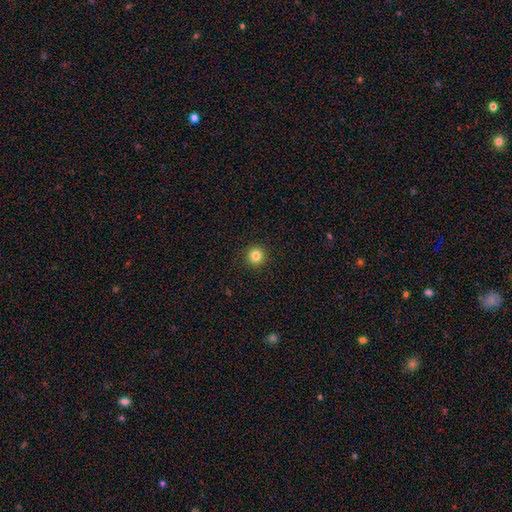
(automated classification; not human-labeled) Overall: smooth (83%). How rounded: round (94%). Merging: none (93%).